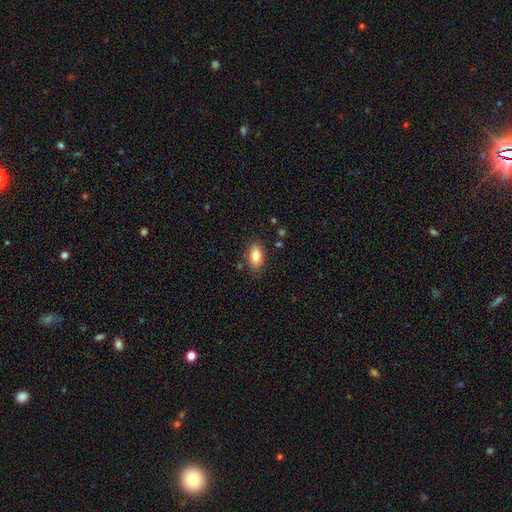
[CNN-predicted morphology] Smooth or featured? smooth (82%)
How rounded? in between (90%)
Merging? none (84%)